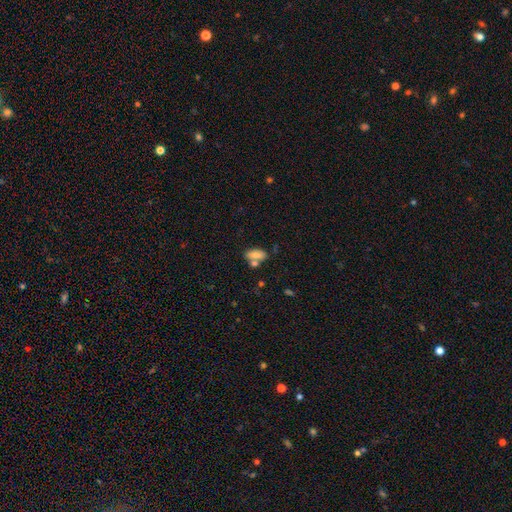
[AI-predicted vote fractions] Smooth or featured? smooth (79%)
How rounded? in between (79%)
Merging? none (54%)